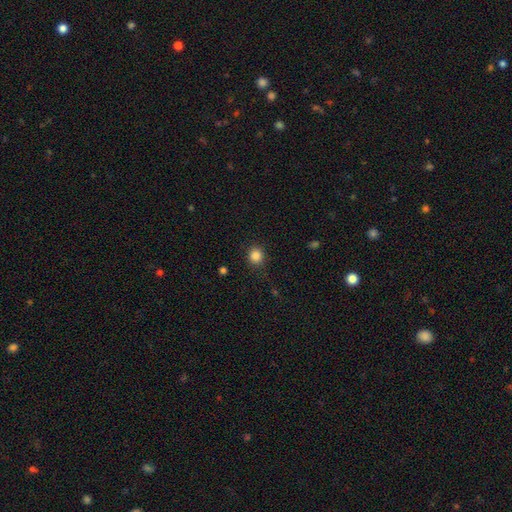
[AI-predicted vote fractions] A smooth galaxy with no disk features (85%) that is round (87%). Merging: none (88%).